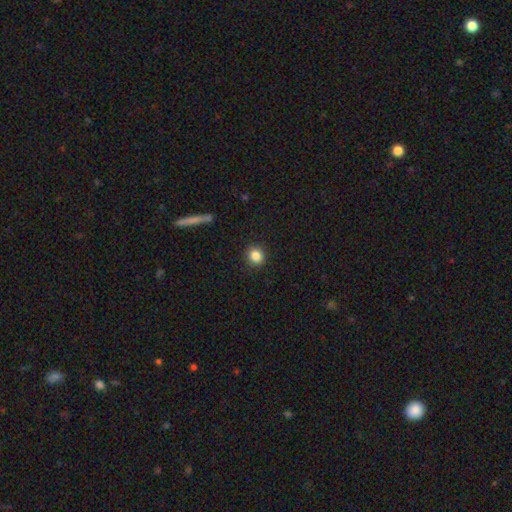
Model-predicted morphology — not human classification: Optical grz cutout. It shows a smooth galaxy with no disk features (85%) that is round (85%). Merging: none (92%).